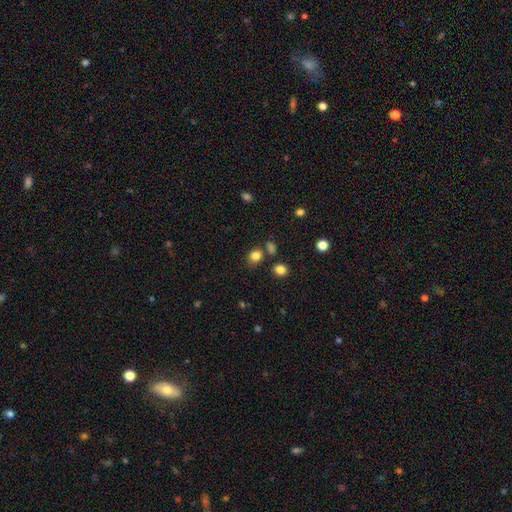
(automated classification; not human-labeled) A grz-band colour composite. It shows a smooth galaxy with no disk features (82%) that is round (58%). Merging: none (74%).